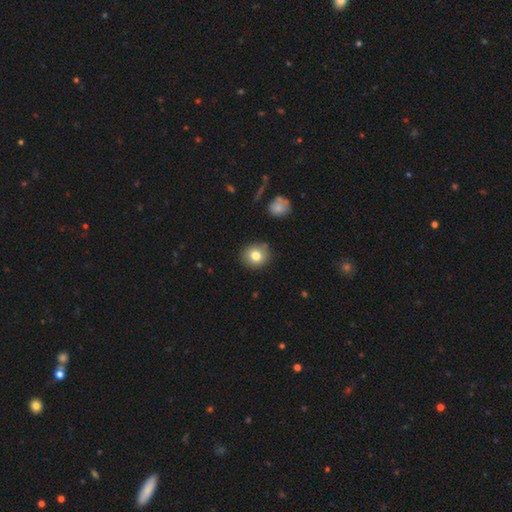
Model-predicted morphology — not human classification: A smooth galaxy with no disk features (79%) that is round (85%). Merging: none (87%).